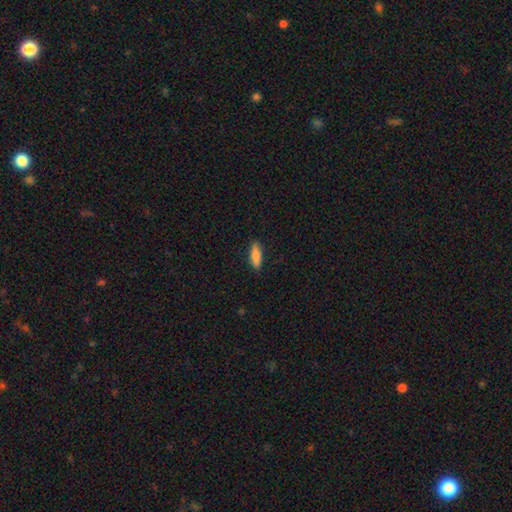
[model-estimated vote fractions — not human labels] Smooth or featured? smooth (79%)
How rounded? cigar-shaped (53%)
Merging? none (88%)